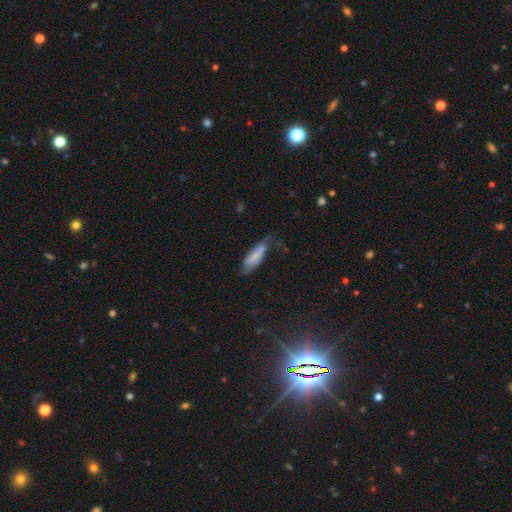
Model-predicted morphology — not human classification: Smooth or featured? Predicted: smooth (p=0.69). How rounded? Predicted: in between (p=0.58). Merging? Predicted: none (p=0.35).